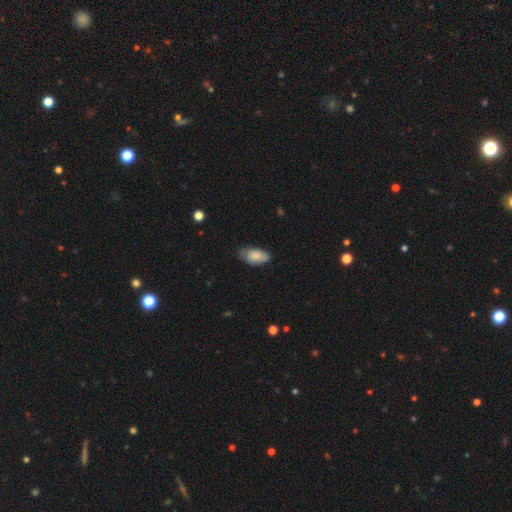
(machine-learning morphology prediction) Q: Smooth or featured?
A: smooth (76%); runner-up: featured or disk (17%)
Q: How rounded?
A: in between (92%); runner-up: cigar-shaped (4%)
Q: Merging?
A: none (65%); runner-up: minor disturbance (28%)